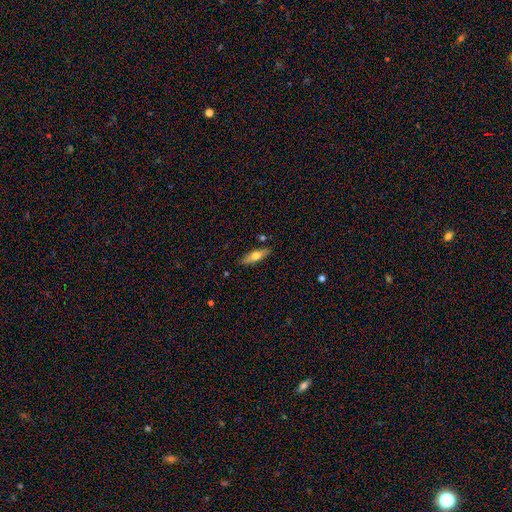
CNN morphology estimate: The model was most divided on "how rounded": cigar-shaped: 54%, in between: 44%, round: 3%. More confident: merging — none (85%); smooth or featured — smooth (56%).